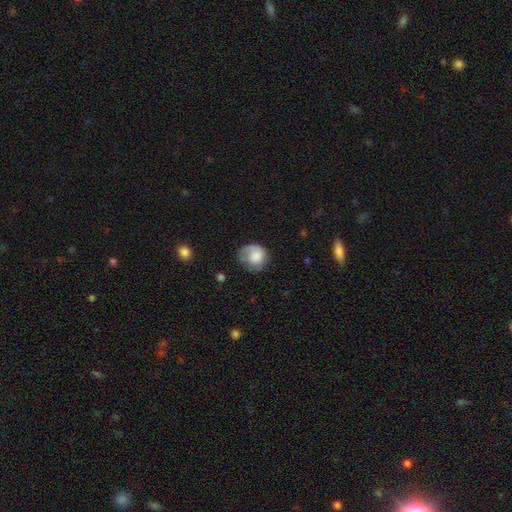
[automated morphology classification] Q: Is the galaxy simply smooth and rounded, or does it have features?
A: smooth — 67%.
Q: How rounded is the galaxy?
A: round — 77%.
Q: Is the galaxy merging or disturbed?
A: none — 48%.